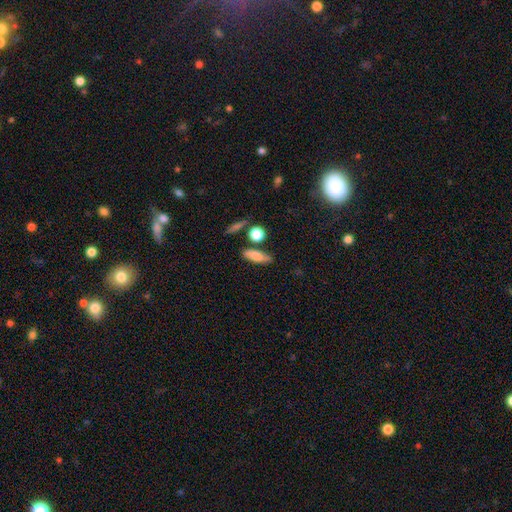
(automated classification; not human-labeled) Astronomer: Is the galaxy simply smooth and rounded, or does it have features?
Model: smooth — 76%.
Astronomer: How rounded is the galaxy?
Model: in between — 54% (runner-up: cigar-shaped, 38%).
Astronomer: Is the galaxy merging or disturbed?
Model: none — 73%.